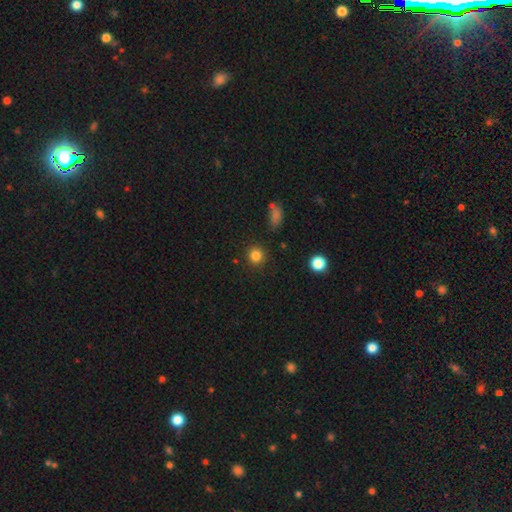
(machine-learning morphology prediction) The model was most divided on "smooth or featured": smooth: 83%, star or artifact: 12%, featured or disk: 5%. More confident: how rounded — round (92%); merging — none (89%).